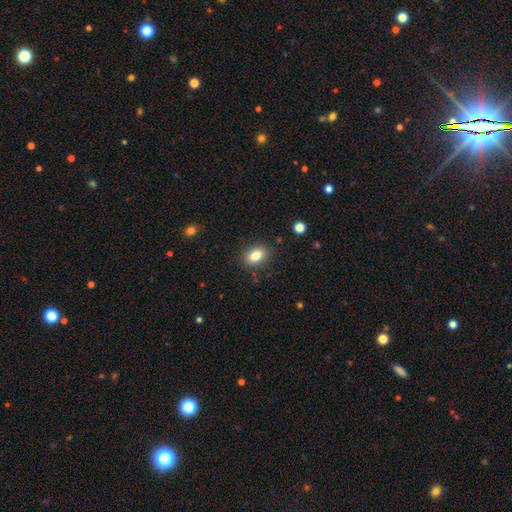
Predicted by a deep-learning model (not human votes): Smooth or featured?
  - smooth: 82% *
  - featured or disk: 9%
  - star or artifact: 9%
How rounded?
  - in between: 84% *
  - round: 13%
  - cigar-shaped: 2%
Merging?
  - none: 86% *
  - minor disturbance: 10%
  - major disturbance: 3%
  - merger: 2%